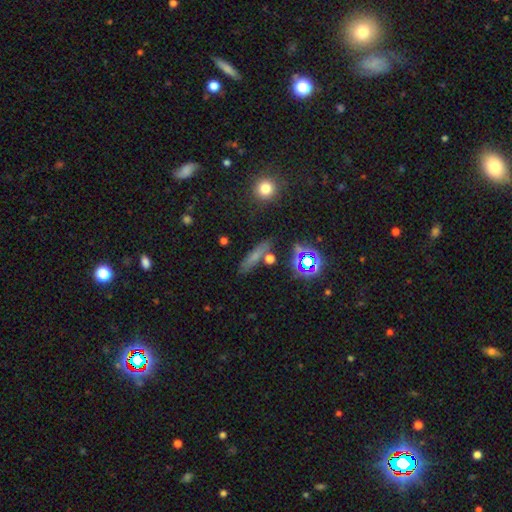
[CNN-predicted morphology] Q: Smooth or featured?
A: smooth (58%); runner-up: featured or disk (21%)
Q: How rounded?
A: cigar-shaped (73%); runner-up: in between (18%)
Q: Merging?
A: none (79%); runner-up: minor disturbance (11%)